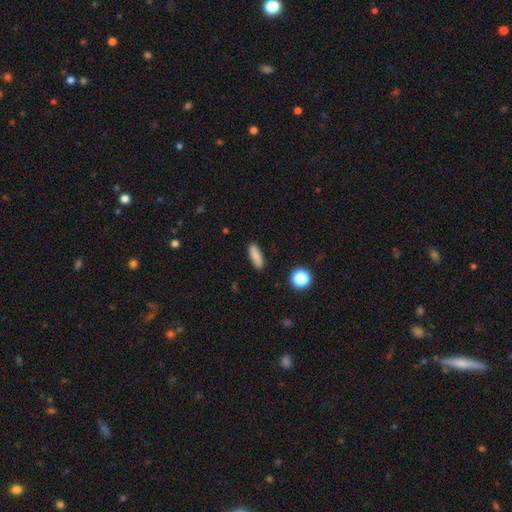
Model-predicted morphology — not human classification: The model was most divided on "how rounded": in between: 64%, cigar-shaped: 32%, round: 4%. More confident: merging — none (88%); smooth or featured — smooth (84%).